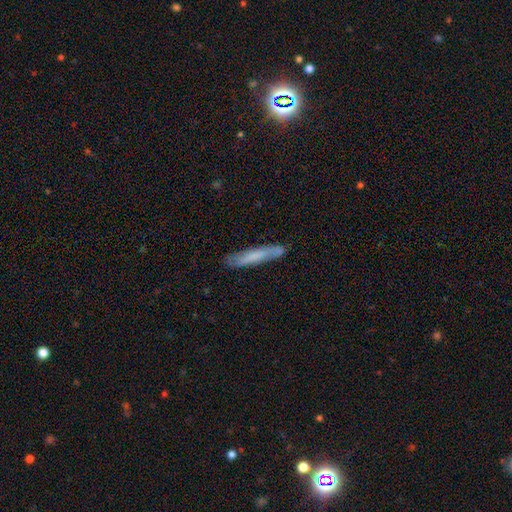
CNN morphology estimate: This appears to be a smooth galaxy with no disk features (61%) that is cigar-shaped (93%). Merging: none (81%).